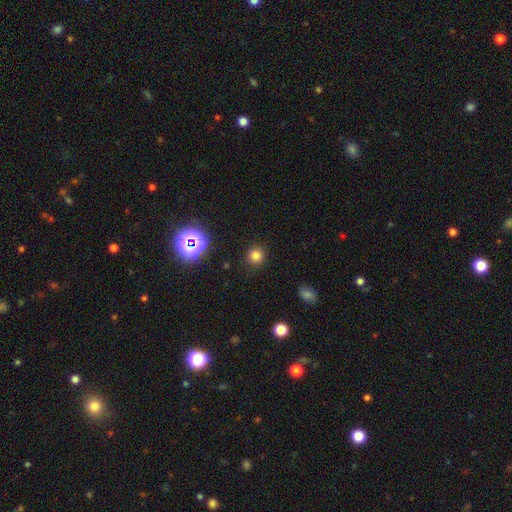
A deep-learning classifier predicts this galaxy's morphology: smooth 77%, star or artifact 18%, featured or disk 5%. Down the decision tree: how rounded — round (92%); merging — none (90%).